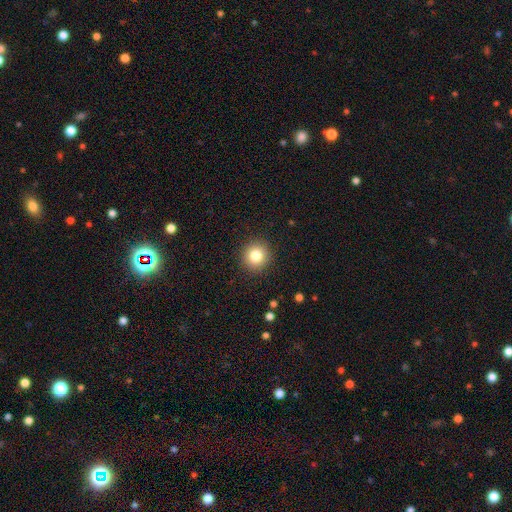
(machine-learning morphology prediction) A smooth galaxy with no disk features (81%) that is round (93%).

Vote fractions:
- Smooth or featured? smooth: 81% / star or artifact: 11% / featured or disk: 8%
- How rounded? round: 93% / in between: 6% / cigar-shaped: 1%
- Merging? none: 91% / minor disturbance: 6% / major disturbance: 2% / merger: 1%